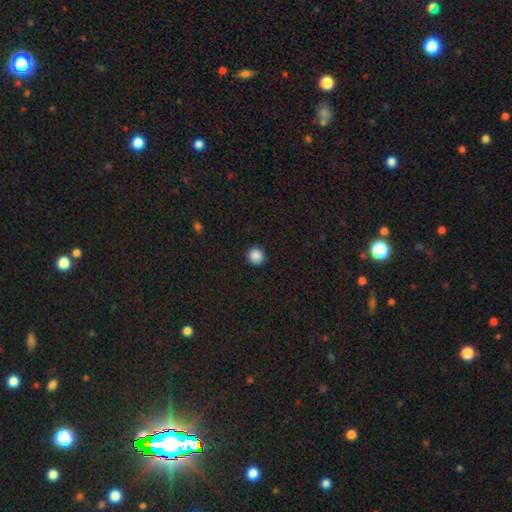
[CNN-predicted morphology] The model was most divided on "smooth or featured": smooth: 87%, star or artifact: 10%, featured or disk: 3%. More confident: how rounded — round (94%); merging — none (91%).